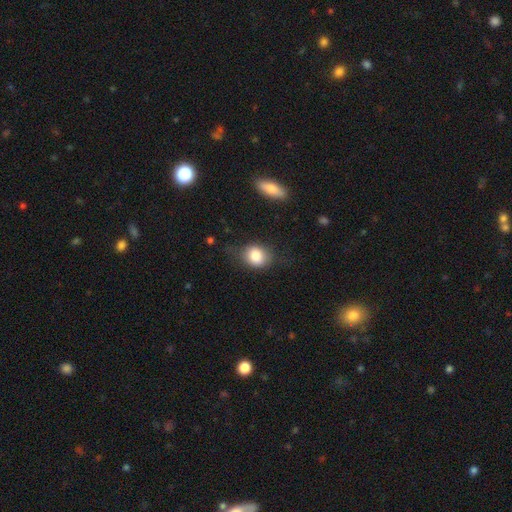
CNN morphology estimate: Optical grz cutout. It shows a smooth galaxy with no disk features (80%) that is round (56%). Merging: none (66%).